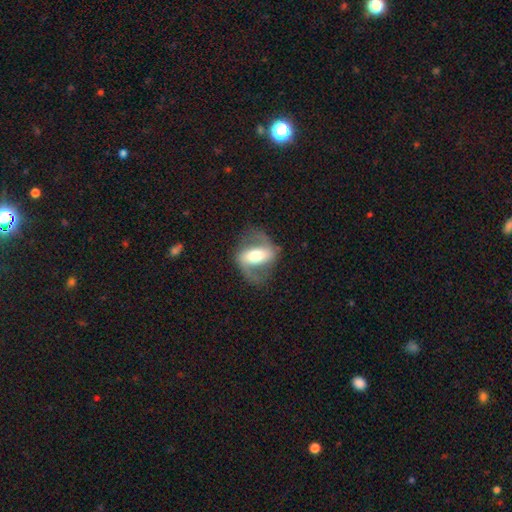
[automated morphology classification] The model was most divided on "spiral winding": medium: 47%, loose: 39%, tight: 14%. More confident: edge-on disk — no (95%); spiral arm count — 2 (91%); spiral arms — yes (86%); smooth or featured — featured or disk (78%); merging — none (74%); bulge size — moderate (57%); bar — strong (50%).